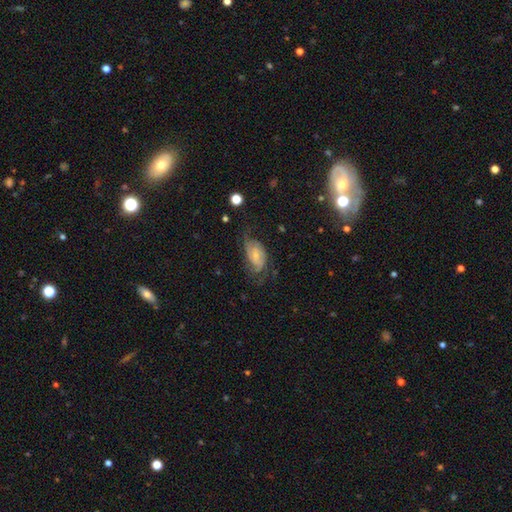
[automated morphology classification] A featured or disk galaxy (69%) with no bar (56%), 2 (57%) medium (42%) spiral arms (90%) and a small central bulge (62%). Merging: none (52%).